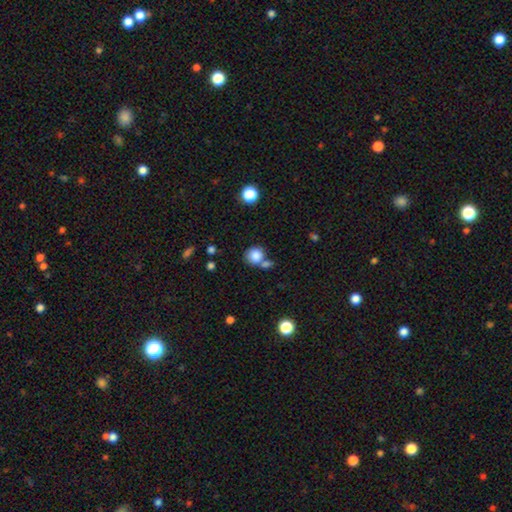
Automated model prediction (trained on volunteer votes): Smooth or featured?
  - smooth: 84% *
  - star or artifact: 9%
  - featured or disk: 7%
How rounded?
  - round: 81% *
  - in between: 19%
  - cigar-shaped: 1%
Merging?
  - none: 54% *
  - merger: 29%
  - minor disturbance: 12%
  - major disturbance: 5%